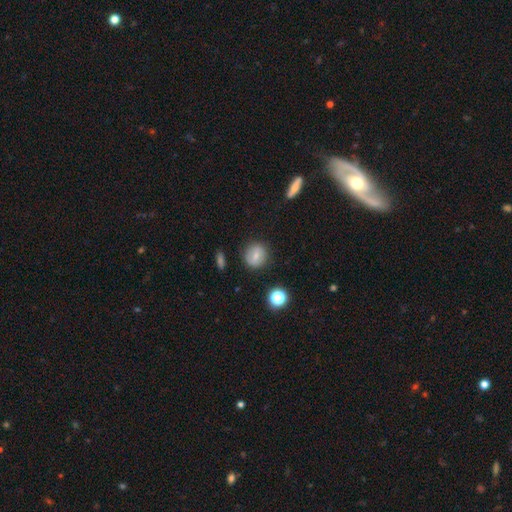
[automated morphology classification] smooth_or_featured: smooth (p=0.67) [alt: featured or disk p=0.22]
how_rounded: round (p=0.83) [alt: in between p=0.16]
merging: none (p=0.85) [alt: minor disturbance p=0.10]